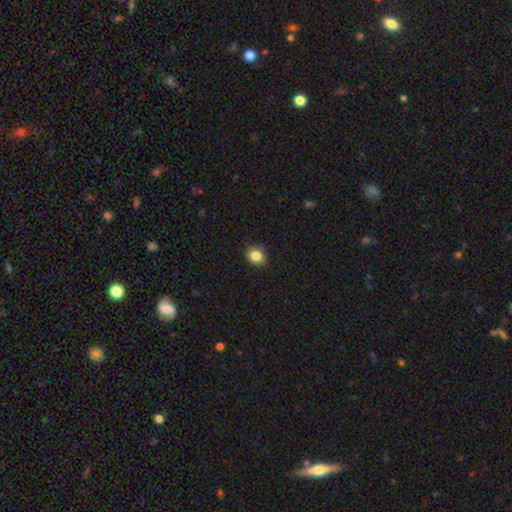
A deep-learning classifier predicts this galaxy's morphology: This appears to be a smooth galaxy with no disk features (83%) that is round (57%). Merging: none (84%).